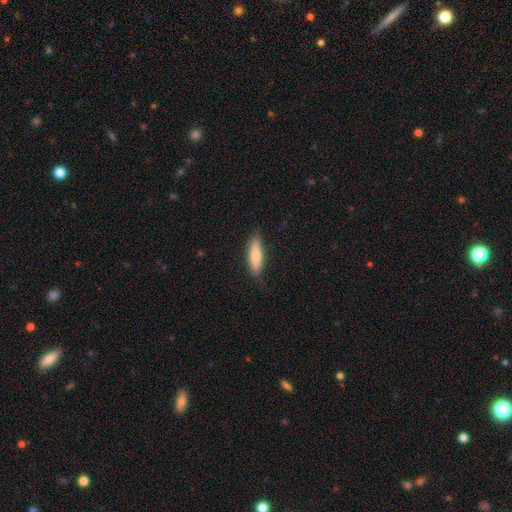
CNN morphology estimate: A smooth galaxy with no disk features (76%) that is cigar-shaped (59%). Merging: none (82%).